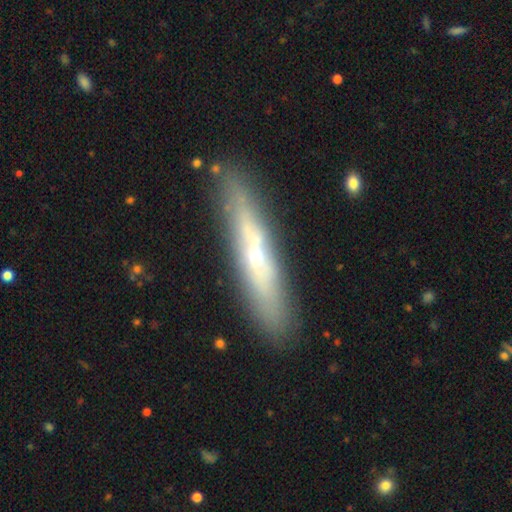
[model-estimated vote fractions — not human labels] smooth_or_featured: featured or disk (p=0.63) [alt: smooth p=0.29]
disk_edge_on: yes (p=0.73) [alt: no p=0.27]
merging: none (p=0.83) [alt: minor disturbance p=0.12]